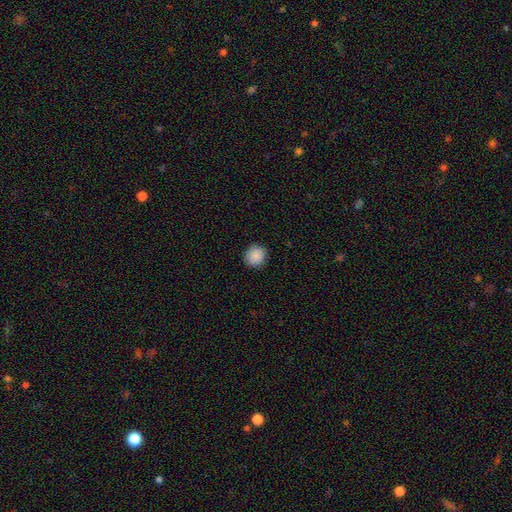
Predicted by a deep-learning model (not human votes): Q: Smooth or featured?
A: smooth (89%); runner-up: star or artifact (8%)
Q: How rounded?
A: round (85%); runner-up: in between (14%)
Q: Merging?
A: none (89%); runner-up: minor disturbance (8%)